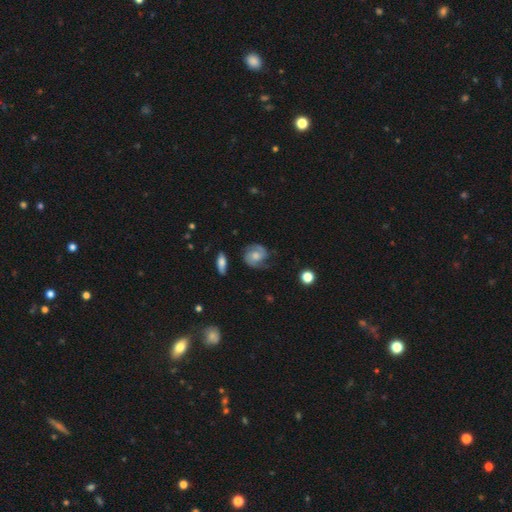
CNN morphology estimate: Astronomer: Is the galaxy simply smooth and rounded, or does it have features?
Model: featured or disk — 78%.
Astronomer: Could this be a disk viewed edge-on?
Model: no — 97%.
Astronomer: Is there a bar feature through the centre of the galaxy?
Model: no — 65%.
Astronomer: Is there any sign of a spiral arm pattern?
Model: yes — 95%.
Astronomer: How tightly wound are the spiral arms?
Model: medium — 45% (runner-up: tight, 42%).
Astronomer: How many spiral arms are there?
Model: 2 — 86%.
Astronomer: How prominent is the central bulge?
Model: moderate — 57%.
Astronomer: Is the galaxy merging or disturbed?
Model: none — 73%.